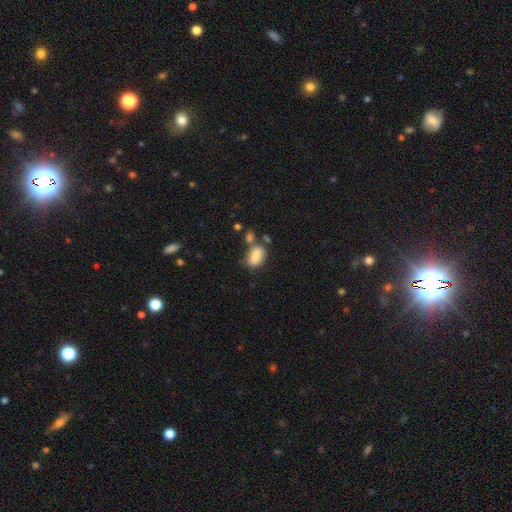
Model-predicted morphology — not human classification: The model was most divided on "merging": none: 43%, merger: 28%, minor disturbance: 21%, major disturbance: 9%. More confident: how rounded — in between (86%); smooth or featured — smooth (79%).